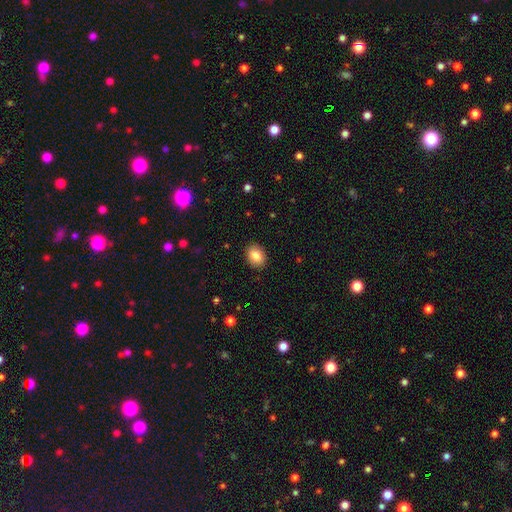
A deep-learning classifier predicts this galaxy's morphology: type=smooth (85%); roundness=in between (66%); merging=none (90%).